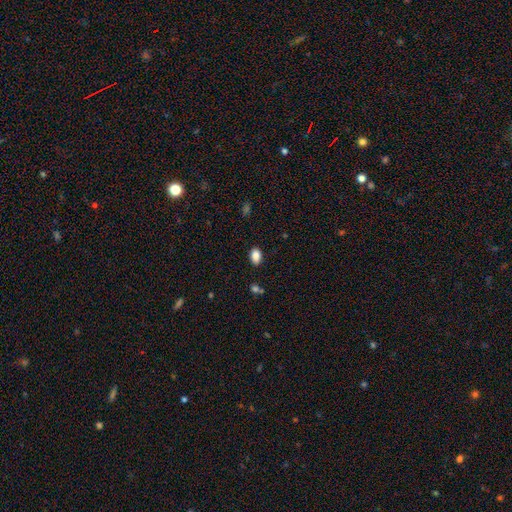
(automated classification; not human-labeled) Q: Smooth or featured?
A: smooth (86%); runner-up: star or artifact (9%)
Q: How rounded?
A: in between (85%); runner-up: round (14%)
Q: Merging?
A: none (87%); runner-up: minor disturbance (9%)